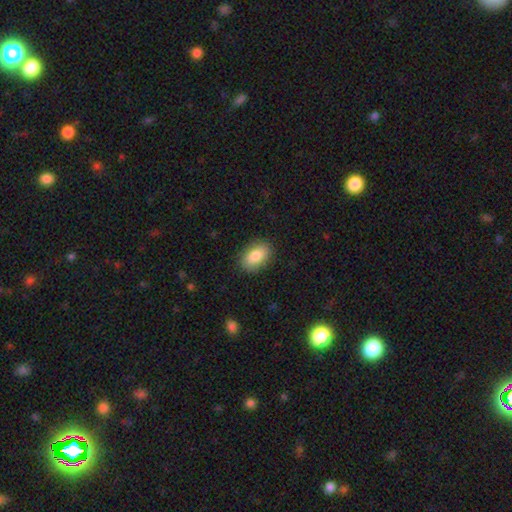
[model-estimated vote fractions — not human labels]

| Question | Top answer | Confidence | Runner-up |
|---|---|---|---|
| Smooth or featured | smooth | 83% | featured or disk (10%) |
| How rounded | in between | 89% | round (8%) |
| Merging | none | 87% | minor disturbance (9%) |